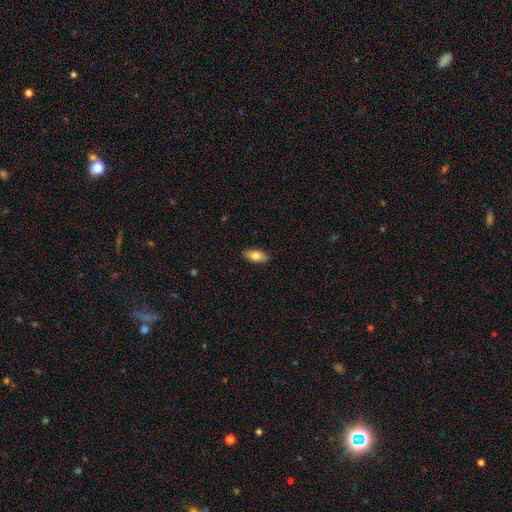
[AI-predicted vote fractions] This is clearly a smooth galaxy (82%). How rounded: clearly in between (88%). Merging: clearly none (88%).